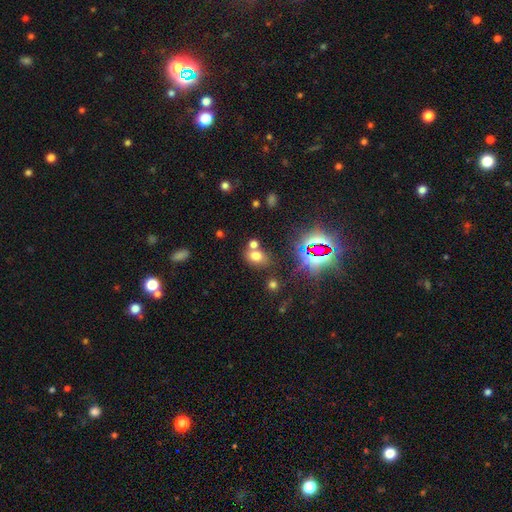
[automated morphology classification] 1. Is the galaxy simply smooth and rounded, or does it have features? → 65% smooth, 24% star or artifact, 11% featured or disk.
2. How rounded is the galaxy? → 66% in between, 33% round, 2% cigar-shaped.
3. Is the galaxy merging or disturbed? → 53% none, 31% merger, 11% minor disturbance, 5% major disturbance.